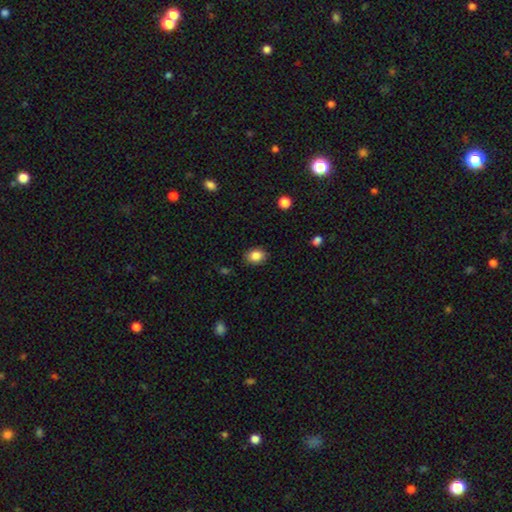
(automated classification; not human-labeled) Smooth or featured?
  - smooth: 85% *
  - star or artifact: 9%
  - featured or disk: 6%
How rounded?
  - in between: 62% *
  - round: 37%
  - cigar-shaped: 1%
Merging?
  - none: 85% *
  - minor disturbance: 11%
  - major disturbance: 3%
  - merger: 1%